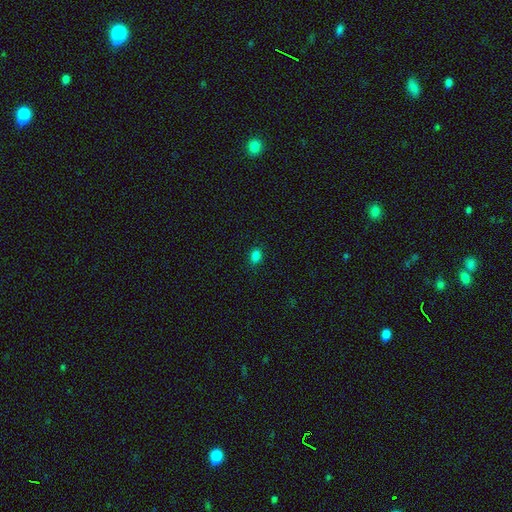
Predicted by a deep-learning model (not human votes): A smooth galaxy with no disk features (81%) that is in between round and cigar-shaped (69%). Merging: none (88%).